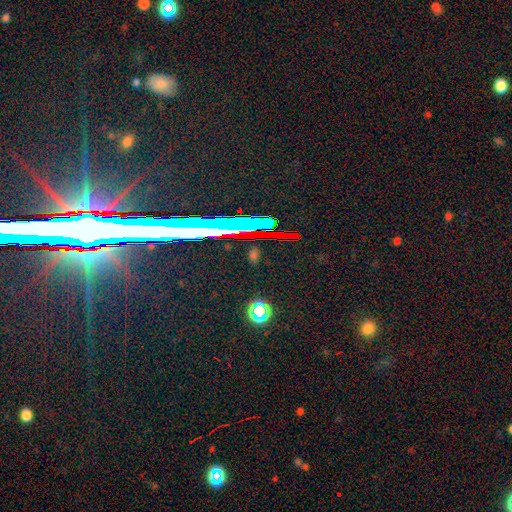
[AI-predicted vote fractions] A star or artifact, not a galaxy (77%).

Vote fractions:
- Smooth or featured? star or artifact: 77% / featured or disk: 13% / smooth: 10%